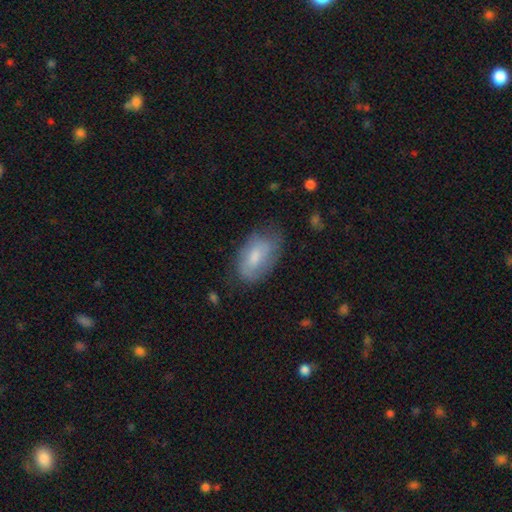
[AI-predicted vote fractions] Q: Smooth or featured?
A: smooth (67%); runner-up: featured or disk (26%)
Q: How rounded?
A: in between (92%); runner-up: round (6%)
Q: Merging?
A: none (65%); runner-up: minor disturbance (26%)